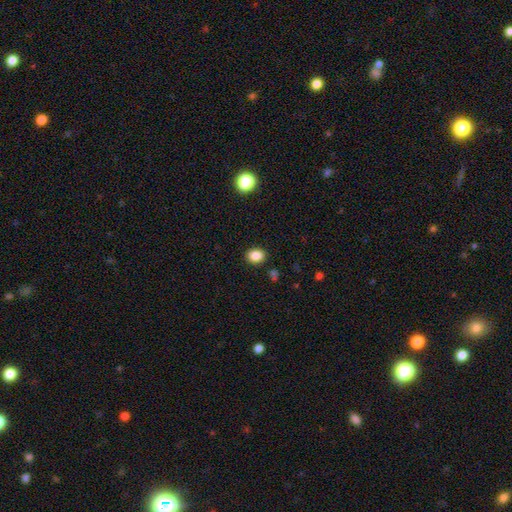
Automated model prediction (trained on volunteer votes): Morphology: type=smooth (85%); roundness=round (55%); merging=none (89%).